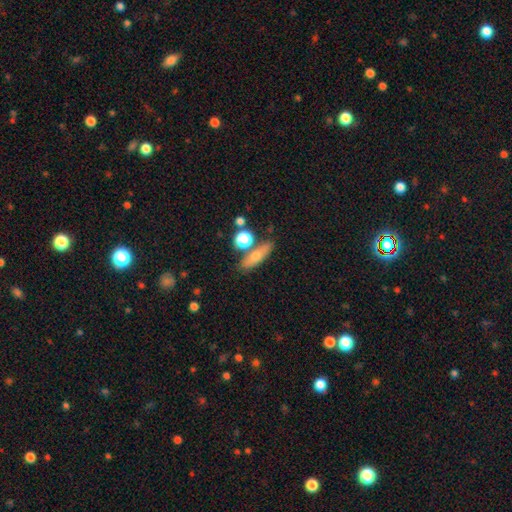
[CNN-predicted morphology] This is possibly a smooth galaxy (59%). How rounded: possibly cigar-shaped (48%). Merging: likely none (71%).